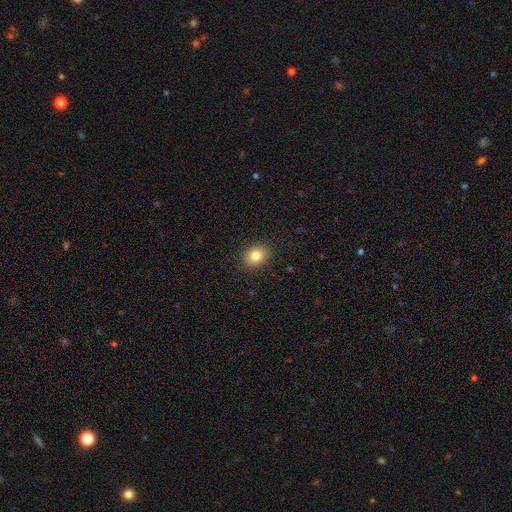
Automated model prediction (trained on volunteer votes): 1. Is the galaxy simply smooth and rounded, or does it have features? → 82% smooth, 10% star or artifact, 8% featured or disk.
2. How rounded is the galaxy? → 52% in between, 47% round, 1% cigar-shaped.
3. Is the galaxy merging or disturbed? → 89% none, 8% minor disturbance, 2% major disturbance, 1% merger.